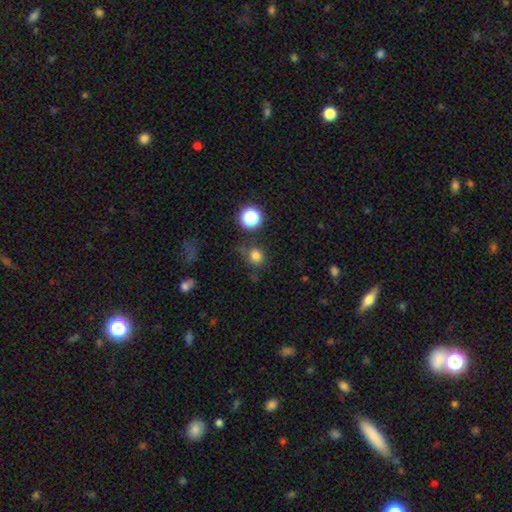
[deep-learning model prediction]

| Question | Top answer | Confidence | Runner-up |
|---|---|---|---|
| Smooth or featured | smooth | 76% | star or artifact (18%) |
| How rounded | round | 84% | in between (15%) |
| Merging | none | 71% | minor disturbance (15%) |